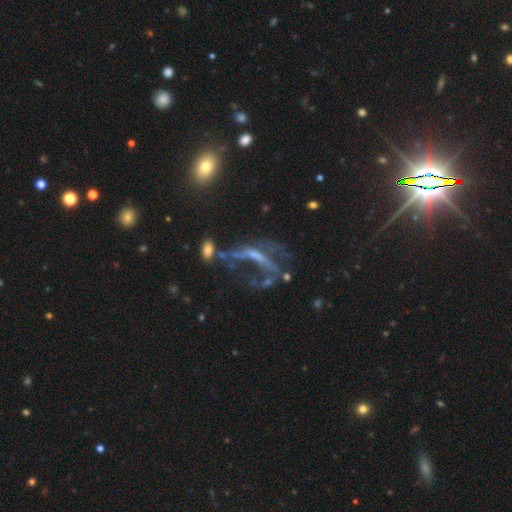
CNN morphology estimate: This appears to be a featured or disk galaxy (60%). Merging: major disturbance (43%).